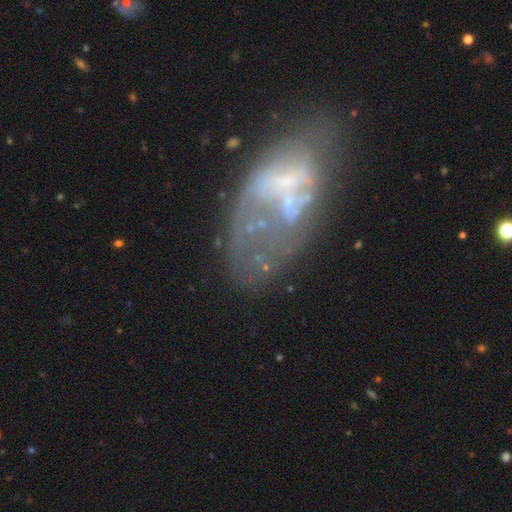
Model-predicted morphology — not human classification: featured or disk 61%, smooth 25%, star or artifact 14%. Down the decision tree: edge-on disk — no (95%); bar — no (76%); spiral arms — no (81%); bulge size — none (55%); merging — none (37%).